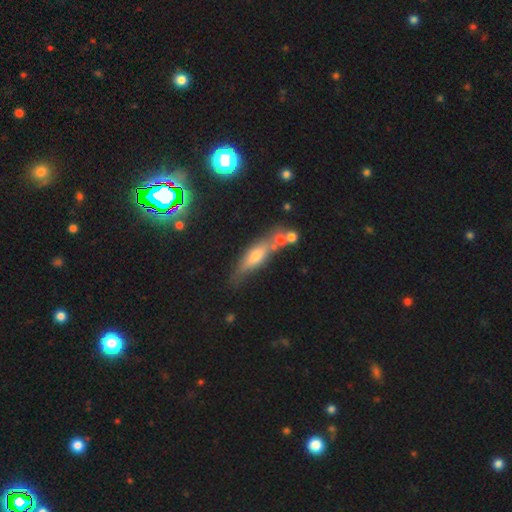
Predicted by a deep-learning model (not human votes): Smooth or featured? smooth (48%)
Merging? none (61%)